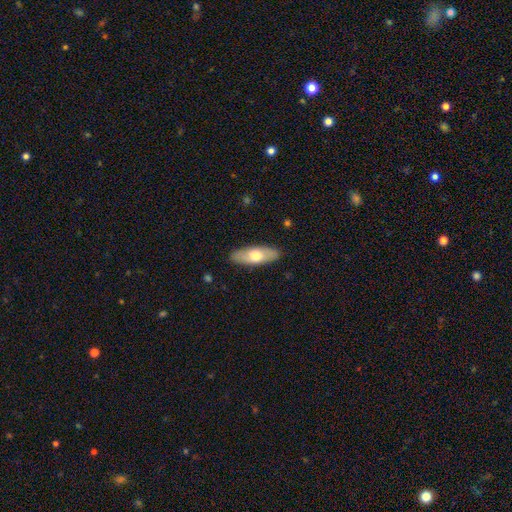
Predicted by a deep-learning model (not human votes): This appears to be a smooth galaxy with no disk features (64%) that is in between round and cigar-shaped (68%). Merging: none (89%).